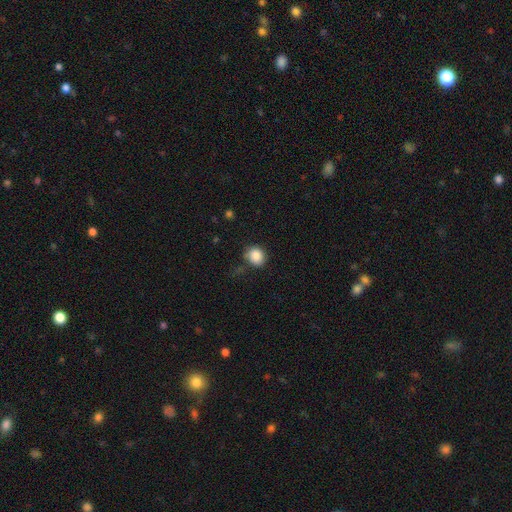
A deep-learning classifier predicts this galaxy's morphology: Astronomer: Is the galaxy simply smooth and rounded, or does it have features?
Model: smooth — 87%.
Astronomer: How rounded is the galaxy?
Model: round — 74%.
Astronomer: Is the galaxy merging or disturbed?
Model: none — 73%.